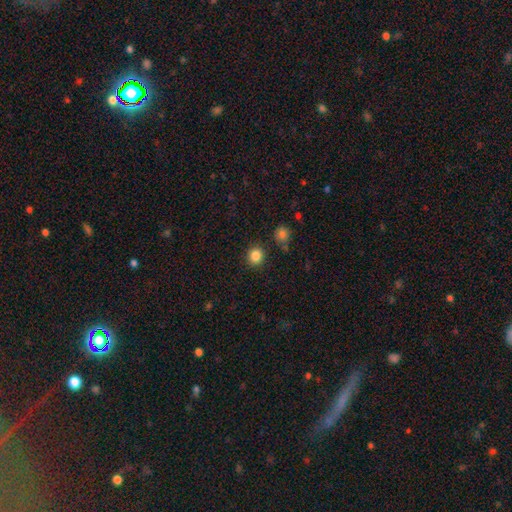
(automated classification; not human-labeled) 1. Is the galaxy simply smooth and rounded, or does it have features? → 85% smooth, 11% star or artifact, 4% featured or disk.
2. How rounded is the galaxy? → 86% round, 13% in between, 1% cigar-shaped.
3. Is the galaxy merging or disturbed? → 89% none, 7% minor disturbance, 3% merger, 2% major disturbance.